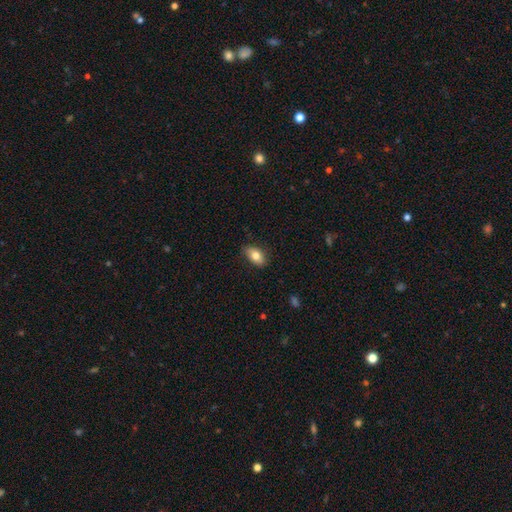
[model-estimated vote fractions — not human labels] smooth-or-featured: smooth: 79% | featured or disk: 13% | star or artifact: 7%
  how-rounded: in between: 89% | round: 8% | cigar-shaped: 3%
  merging: none: 80% | minor disturbance: 16% | major disturbance: 3% | merger: 1%